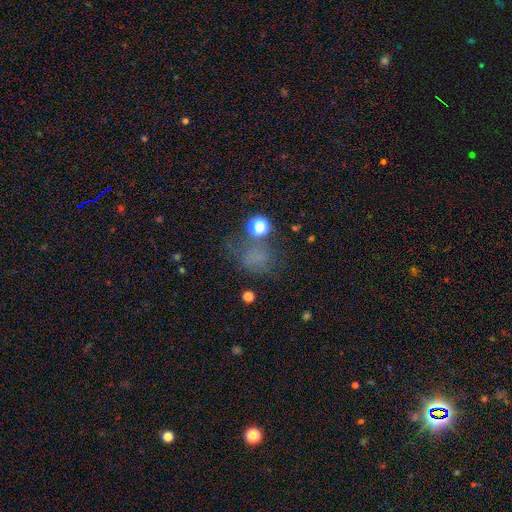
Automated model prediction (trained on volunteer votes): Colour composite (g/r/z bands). It shows a smooth galaxy with no disk features (56%) that is round (68%). Merging: none (52%).